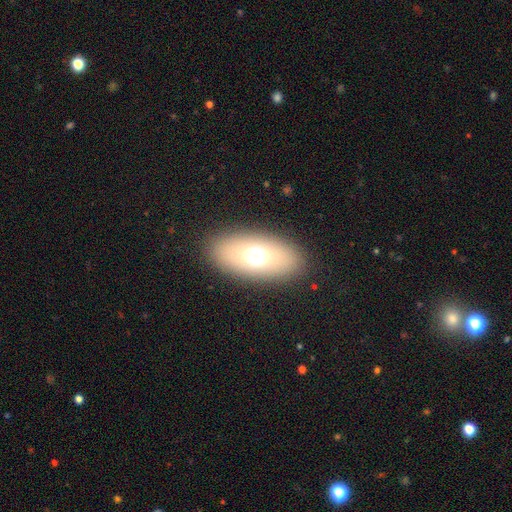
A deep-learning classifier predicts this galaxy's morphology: Smooth or featured: smooth — 64% (featured or disk — 23%)
How rounded: in between — 85% (round — 10%)
Merging: none — 87% (minor disturbance — 8%)